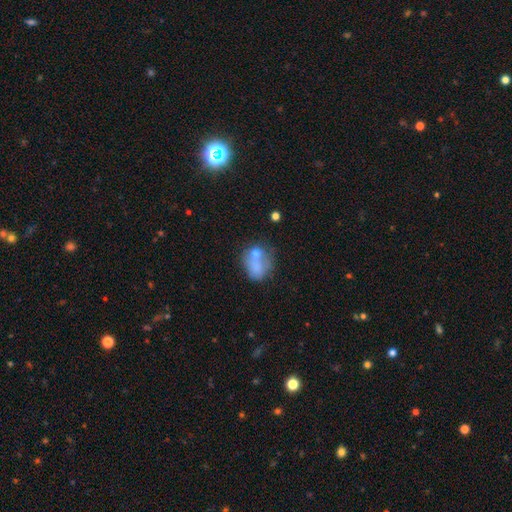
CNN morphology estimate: smooth 61%, featured or disk 24%, star or artifact 15%. Down the decision tree: how rounded — in between (54%); merging — merger (37%).